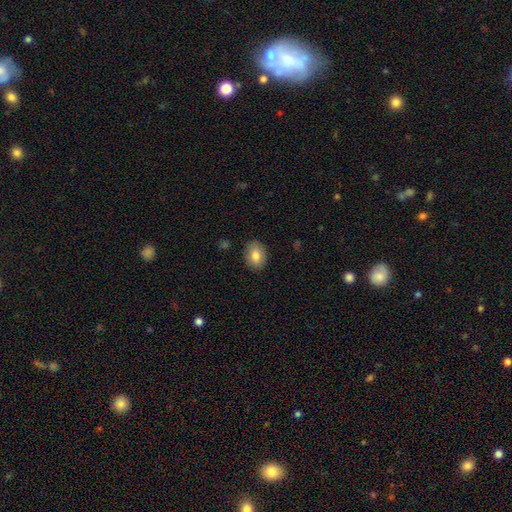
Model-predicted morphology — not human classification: A smooth galaxy with no disk features (82%) that is in between round and cigar-shaped (75%). Merging: none (88%).